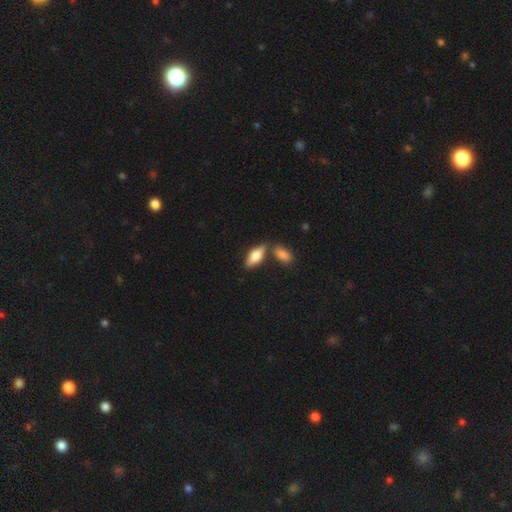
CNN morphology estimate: type=smooth (69%); roundness=in between (73%); merging=none (64%).